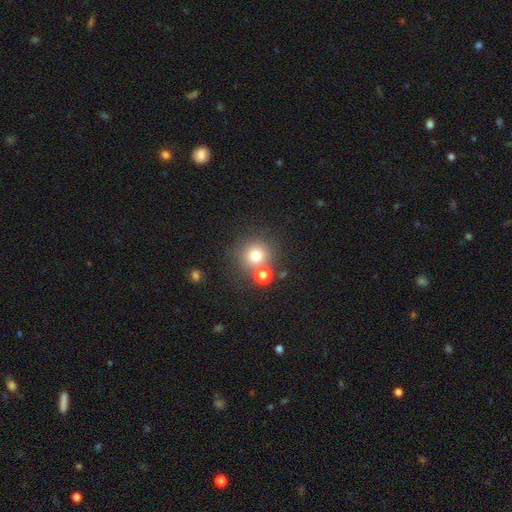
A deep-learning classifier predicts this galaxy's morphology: Smooth or featured?
  - smooth: 75% *
  - star or artifact: 15%
  - featured or disk: 10%
How rounded?
  - round: 92% *
  - in between: 7%
  - cigar-shaped: 1%
Merging?
  - none: 70% *
  - merger: 18%
  - minor disturbance: 8%
  - major disturbance: 4%